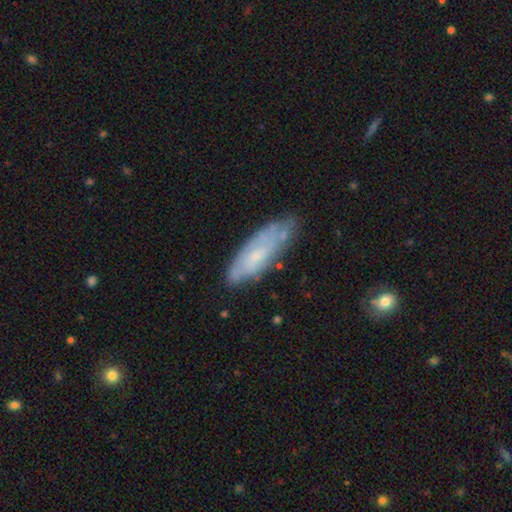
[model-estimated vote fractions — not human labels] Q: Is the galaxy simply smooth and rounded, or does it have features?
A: featured or disk — 48%.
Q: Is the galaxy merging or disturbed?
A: none — 62%.